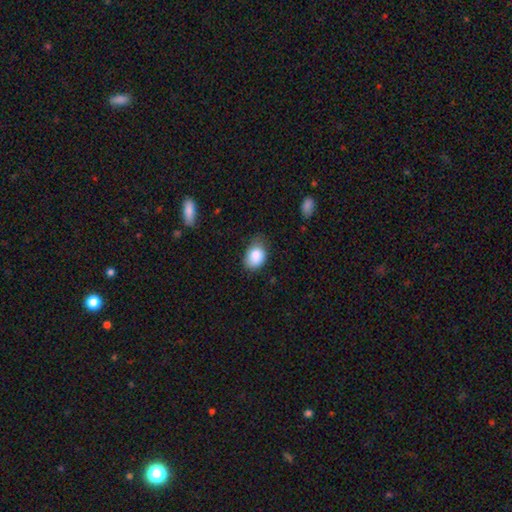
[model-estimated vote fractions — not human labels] Overall: smooth (86%). How rounded: in between (70%). Merging: none (56%; minor disturbance 34%).